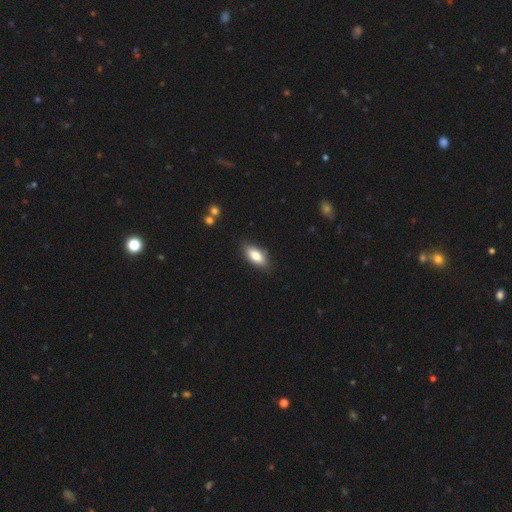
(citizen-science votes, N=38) Volunteers were most divided on "merging": none: 71%, minor disturbance: 23%, major disturbance: 3%, merger: 3%. More confident: smooth or featured — smooth (87%); how rounded — in between (82%).